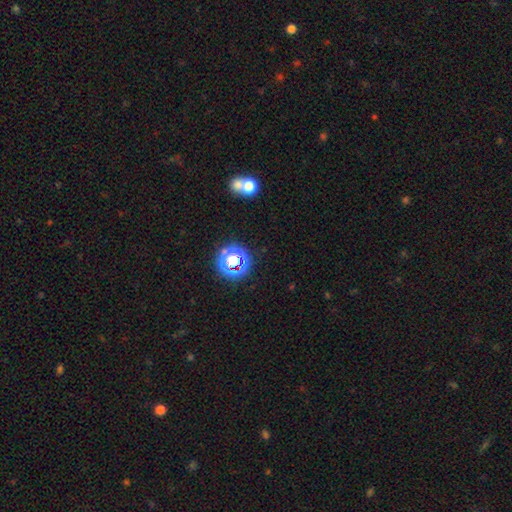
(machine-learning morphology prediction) The model was most divided on "smooth or featured": star or artifact: 64%, smooth: 28%, featured or disk: 9%.